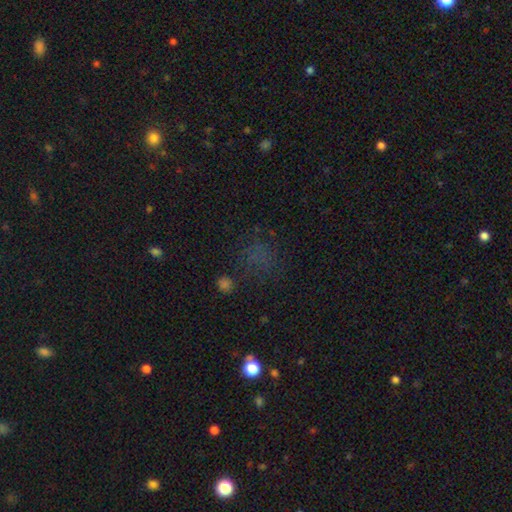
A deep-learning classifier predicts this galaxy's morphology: Smooth or featured: smooth — 47% (star or artifact — 42%)
Merging: none — 67% (minor disturbance — 16%)